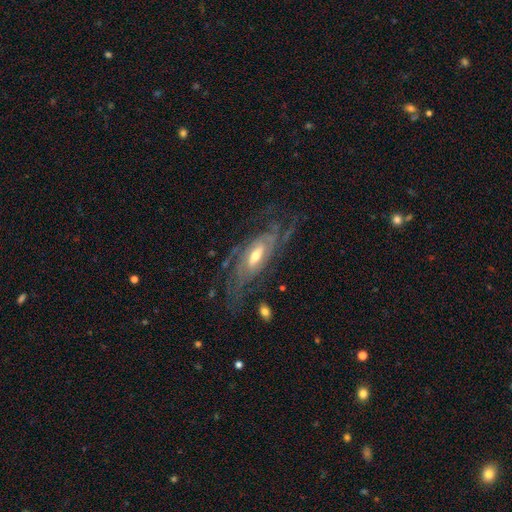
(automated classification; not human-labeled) Smooth or featured?
  - featured or disk: 86% *
  - smooth: 8%
  - star or artifact: 5%
Edge-on disk?
  - no: 89% *
  - yes: 11%
Bar?
  - weak: 42% *
  - no: 39%
  - strong: 19%
Spiral arms?
  - yes: 93% *
  - no: 7%
Spiral winding?
  - tight: 50% *
  - medium: 37%
  - loose: 13%
Spiral arm count?
  - can't tell: 35% *
  - 2: 25%
  - 3: 18%
  - 4: 11%
  - more than 4: 6%
  - 1: 6%
Bulge size?
  - moderate: 64% *
  - small: 24%
  - large: 10%
  - none: 1%
  - dominant: 1%
Merging?
  - none: 65% *
  - minor disturbance: 18%
  - major disturbance: 15%
  - merger: 2%